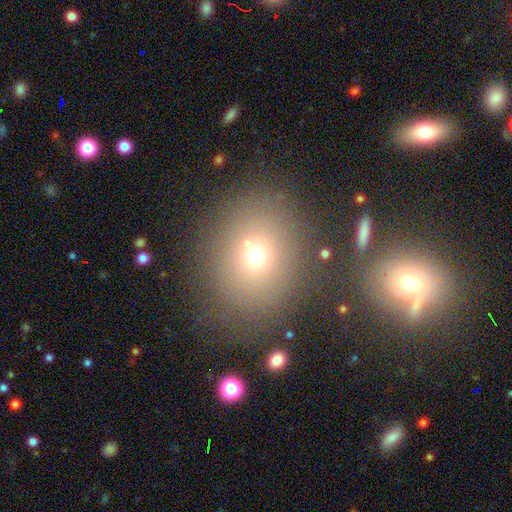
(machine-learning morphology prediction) Smooth or featured? smooth (66%)
How rounded? round (73%)
Merging? none (72%)